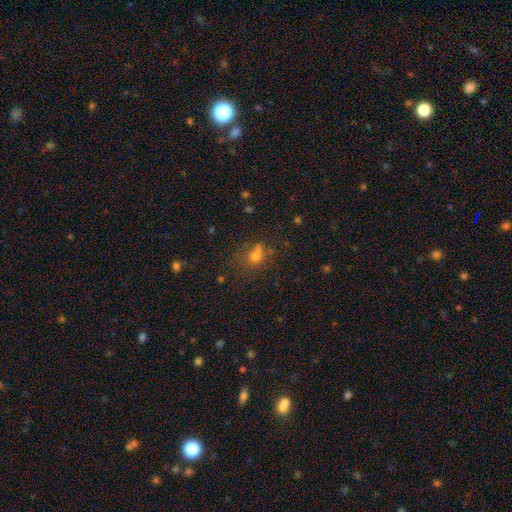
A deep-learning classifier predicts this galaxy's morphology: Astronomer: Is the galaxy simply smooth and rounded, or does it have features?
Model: smooth — 65%.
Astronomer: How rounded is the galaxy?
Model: round — 65%.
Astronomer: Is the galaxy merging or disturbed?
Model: none — 54%.